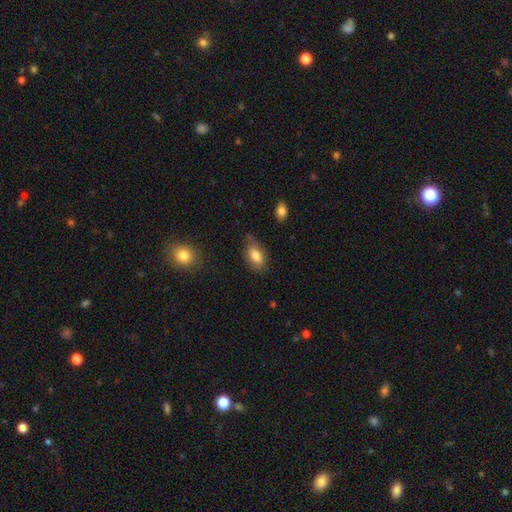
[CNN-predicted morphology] type=smooth (81%); roundness=in between (90%); merging=none (61%).